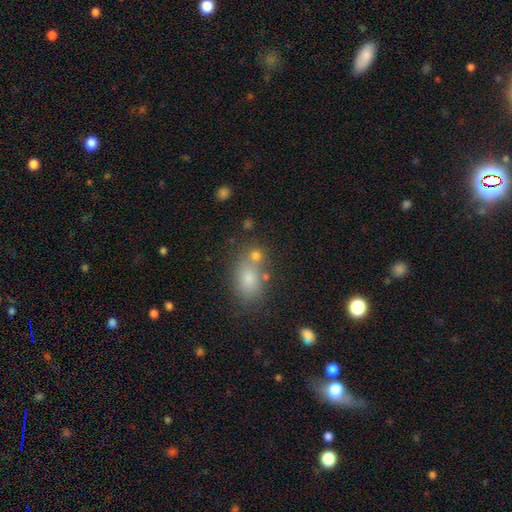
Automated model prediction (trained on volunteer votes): This is likely a smooth galaxy (73%). How rounded: possibly in between (53%). Merging: possibly none (56%).